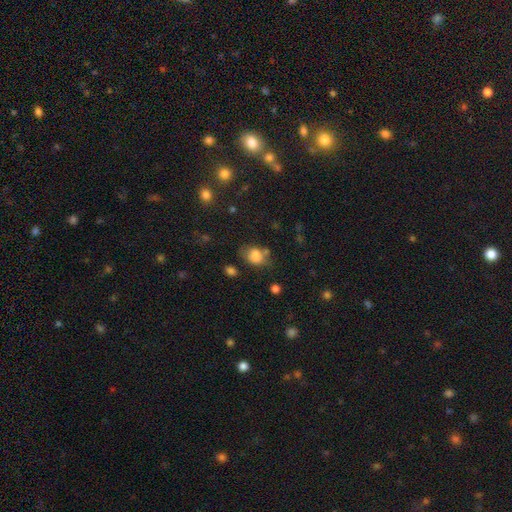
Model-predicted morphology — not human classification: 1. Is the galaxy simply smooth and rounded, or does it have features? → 80% smooth, 11% star or artifact, 9% featured or disk.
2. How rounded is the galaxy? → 64% in between, 35% round, 1% cigar-shaped.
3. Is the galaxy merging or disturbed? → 55% none, 24% minor disturbance, 12% merger, 9% major disturbance.